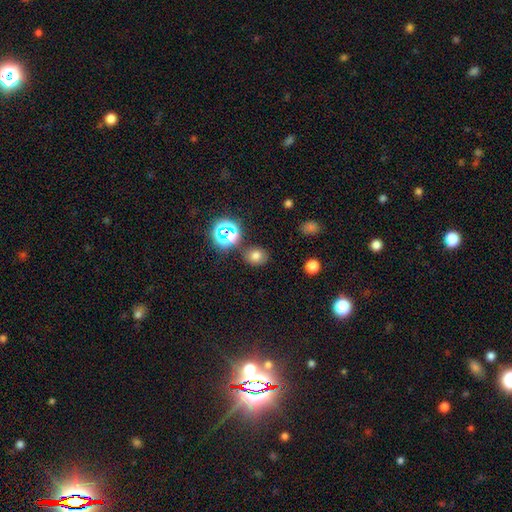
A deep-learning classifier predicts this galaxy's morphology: smooth 70%, star or artifact 21%, featured or disk 9%. Down the decision tree: how rounded — round (62%); merging — none (80%).